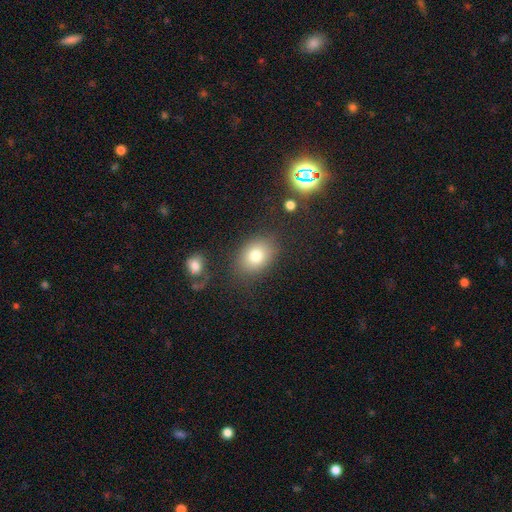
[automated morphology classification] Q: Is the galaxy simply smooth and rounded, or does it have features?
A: smooth — 78%.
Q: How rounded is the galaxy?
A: in between — 64%.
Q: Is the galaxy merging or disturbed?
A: none — 79%.